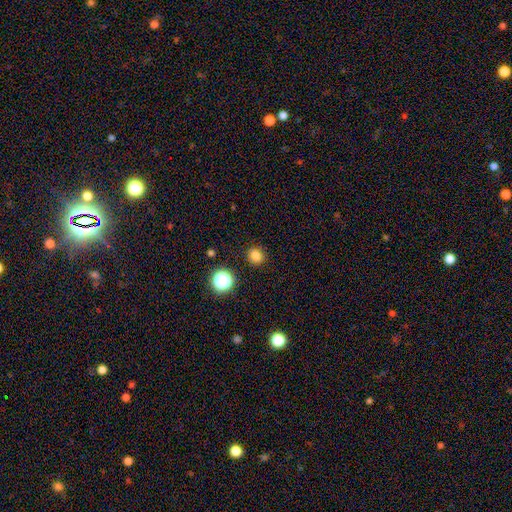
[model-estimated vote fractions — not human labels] Smooth or featured?
  - smooth: 81% *
  - star or artifact: 15%
  - featured or disk: 4%
How rounded?
  - round: 85% *
  - in between: 14%
  - cigar-shaped: 1%
Merging?
  - none: 91% *
  - minor disturbance: 6%
  - major disturbance: 2%
  - merger: 1%